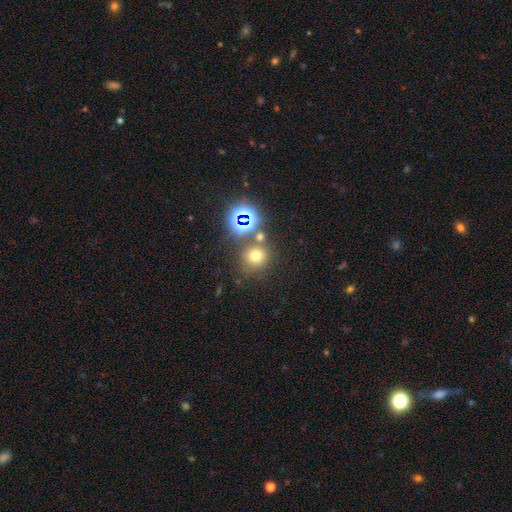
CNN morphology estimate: smooth_or_featured: smooth (p=0.64) [alt: star or artifact p=0.27]
how_rounded: round (p=0.89) [alt: in between p=0.10]
merging: none (p=0.69) [alt: merger p=0.17]